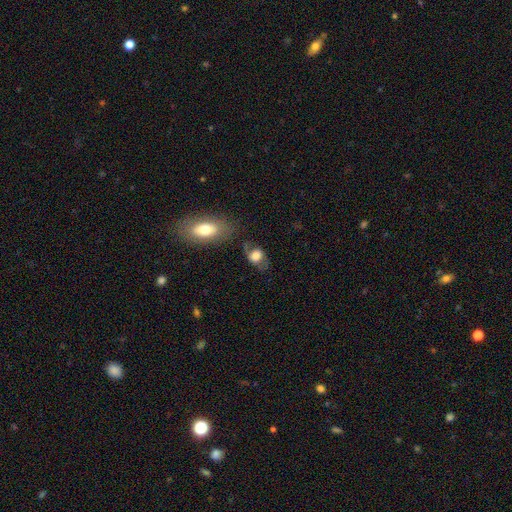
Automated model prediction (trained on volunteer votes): A smooth galaxy with no disk features (62%) that is in between round and cigar-shaped (72%).

Vote fractions:
- Smooth or featured? smooth: 62% / featured or disk: 29% / star or artifact: 9%
- How rounded? in between: 72% / round: 26% / cigar-shaped: 2%
- Merging? none: 58% / minor disturbance: 22% / major disturbance: 13% / merger: 7%